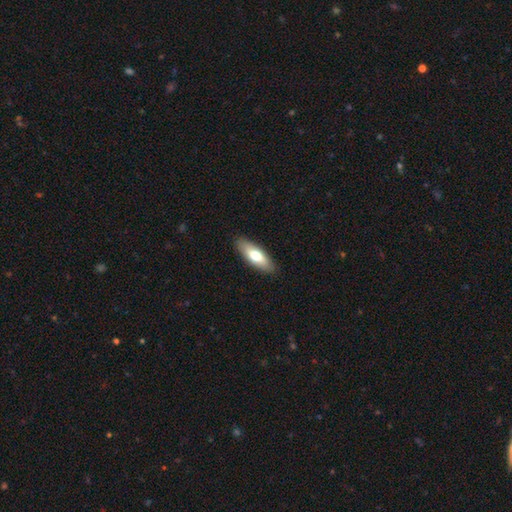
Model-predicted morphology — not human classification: Smooth or featured?
  - smooth: 69% *
  - featured or disk: 25%
  - star or artifact: 5%
How rounded?
  - in between: 64% *
  - cigar-shaped: 34%
  - round: 2%
Merging?
  - none: 89% *
  - minor disturbance: 8%
  - major disturbance: 2%
  - merger: 1%